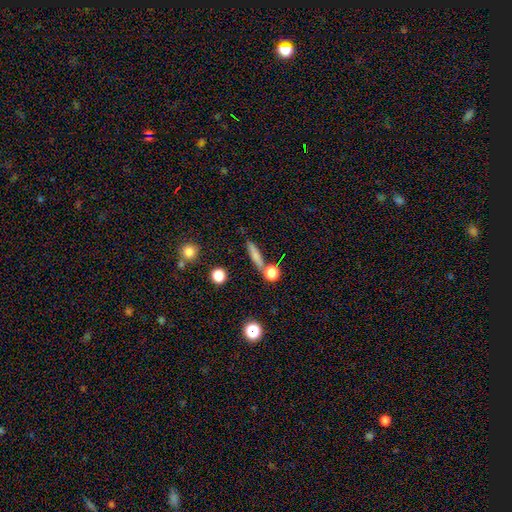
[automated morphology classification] smooth 71%, featured or disk 19%, star or artifact 10%. Down the decision tree: how rounded — cigar-shaped (76%); merging — none (71%).